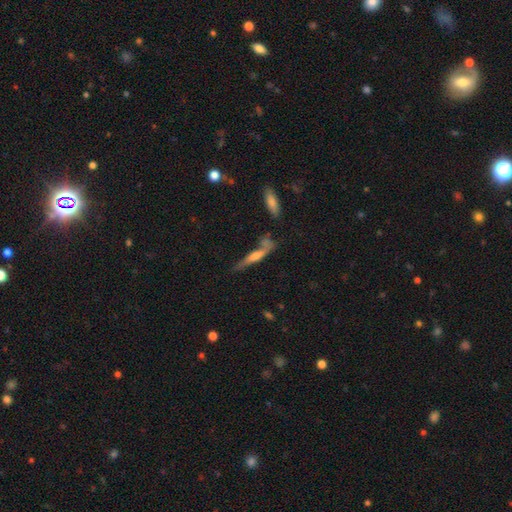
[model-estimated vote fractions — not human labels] Smooth or featured: featured or disk — 55% (smooth — 36%)
Edge-on disk: yes — 86% (no — 14%)
Merging: none — 50% (minor disturbance — 21%)